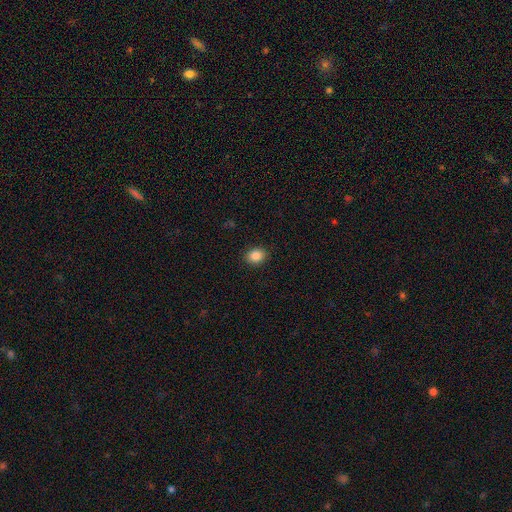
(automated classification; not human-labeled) Smooth or featured? Predicted: smooth (p=0.86). How rounded? Predicted: in between (p=0.52). Merging? Predicted: none (p=0.90).